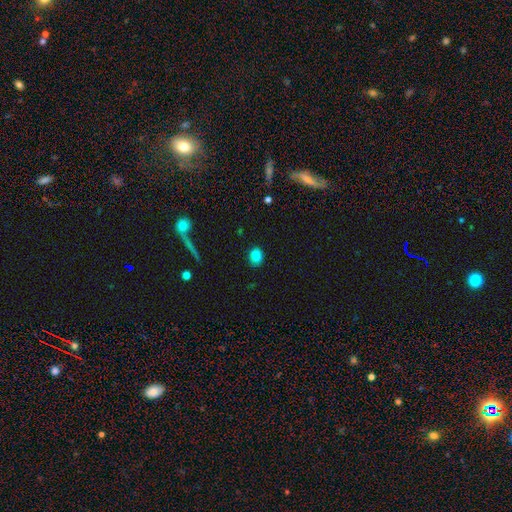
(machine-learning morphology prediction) The model was most divided on "how rounded": in between: 53%, round: 46%, cigar-shaped: 1%. More confident: merging — none (86%); smooth or featured — smooth (85%).